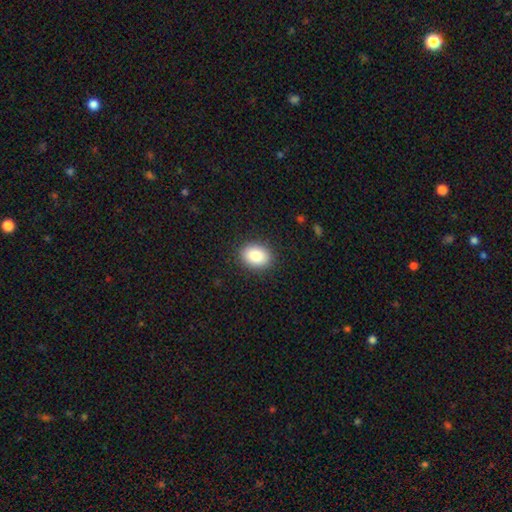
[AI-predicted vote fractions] A smooth galaxy with no disk features (86%) that is in between round and cigar-shaped (58%). Merging: none (89%).